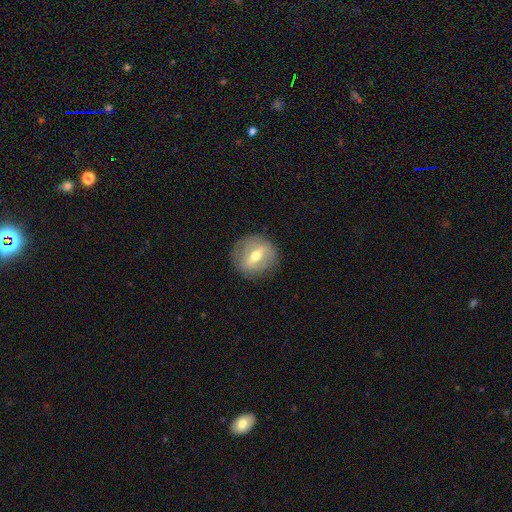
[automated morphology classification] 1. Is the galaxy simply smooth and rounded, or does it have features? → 56% featured or disk, 36% smooth, 8% star or artifact.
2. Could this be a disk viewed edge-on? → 82% no, 18% yes.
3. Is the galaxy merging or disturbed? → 84% none, 11% minor disturbance, 4% major disturbance, 1% merger.